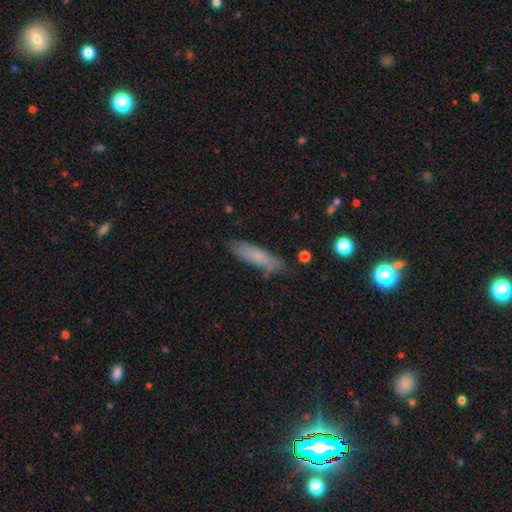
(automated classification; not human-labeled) This appears to be a smooth galaxy with no disk features (72%) that is cigar-shaped (68%). Merging: none (78%).